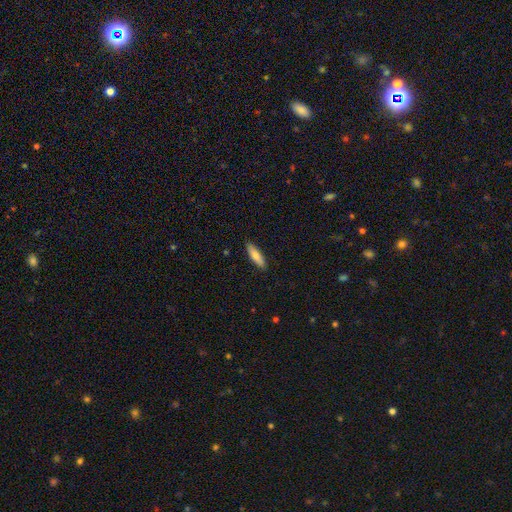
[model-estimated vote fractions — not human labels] Smooth or featured? Predicted: smooth (p=0.80). How rounded? Predicted: cigar-shaped (p=0.64). Merging? Predicted: none (p=0.88).